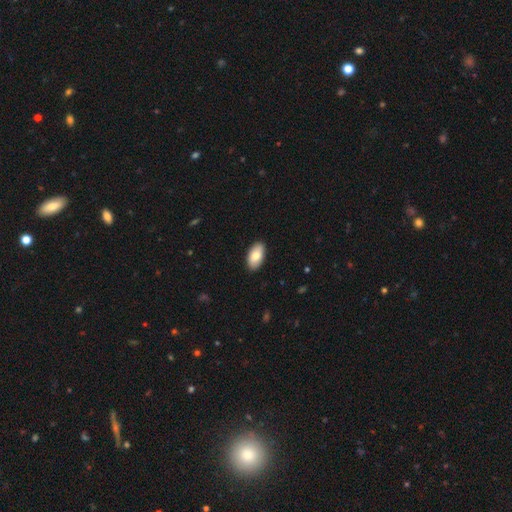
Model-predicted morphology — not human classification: A smooth galaxy with no disk features (81%) that is in between round and cigar-shaped (95%).

Vote fractions:
- Smooth or featured? smooth: 81% / featured or disk: 14% / star or artifact: 6%
- How rounded? in between: 95% / round: 3% / cigar-shaped: 2%
- Merging? none: 90% / minor disturbance: 8% / major disturbance: 2% / merger: 1%